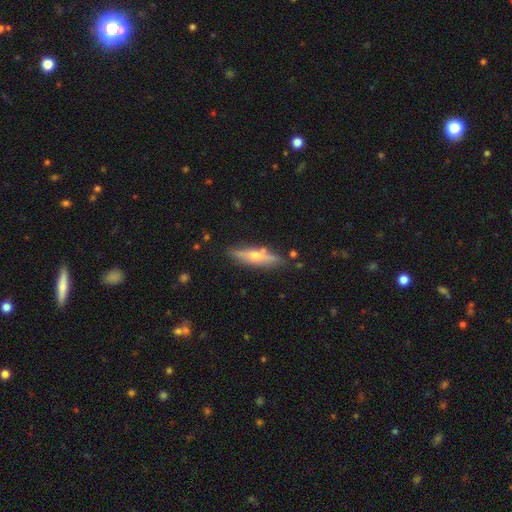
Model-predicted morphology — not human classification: smooth_or_featured: featured or disk (p=0.60) [alt: smooth p=0.33]
disk_edge_on: yes (p=0.92) [alt: no p=0.08]
edge_on_bulge: rounded (p=0.88) [alt: none p=0.07]
merging: none (p=0.83) [alt: minor disturbance p=0.11]